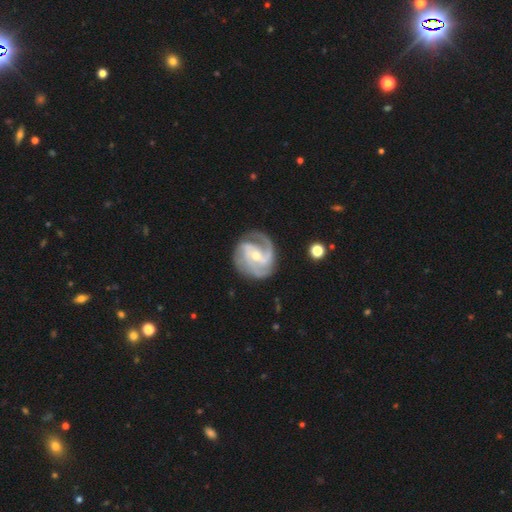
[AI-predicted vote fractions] This is clearly a featured or disk galaxy (91%). It is clearly not viewed edge-on (98%). Bar: marginally weak (42%). Spiral arm pattern: clearly yes (98%). Spiral arm count: marginally 3 (45%). Spiral winding: possibly medium (46%). Central bulge: possibly small (52%). Merging: likely none (77%).